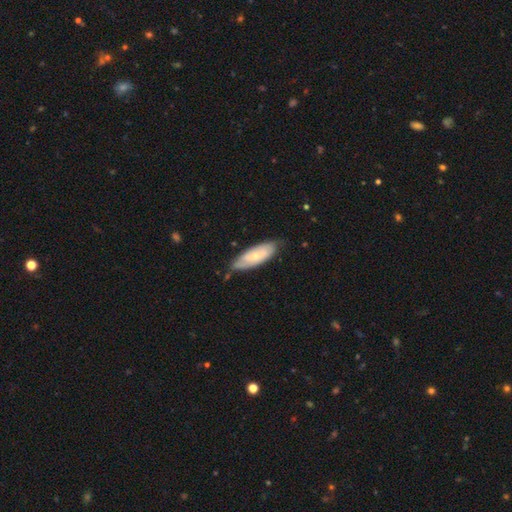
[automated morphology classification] Smooth or featured: smooth — 49% (featured or disk — 45%)
Merging: none — 70% (minor disturbance — 24%)